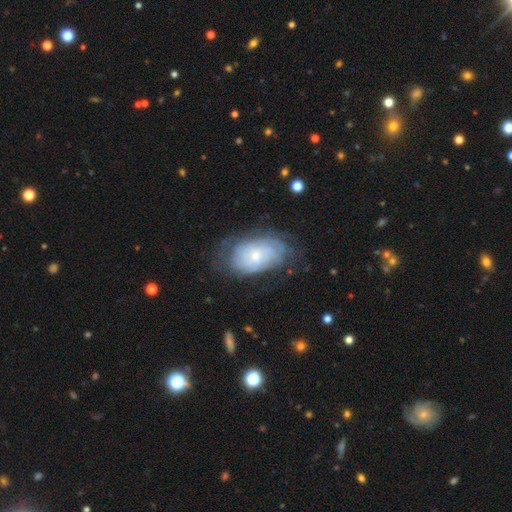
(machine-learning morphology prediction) smooth-or-featured: featured or disk: 65% | smooth: 27% | star or artifact: 7%
  disk-edge-on: no: 95% | yes: 5%
    bar: no: 76% | weak: 21% | strong: 3%
    has-spiral-arms: yes: 79% | no: 21%
    bulge-size: small: 66% | moderate: 28% | none: 3% | large: 2% | dominant: 1%
  merging: none: 61% | minor disturbance: 25% | major disturbance: 12% | merger: 2%